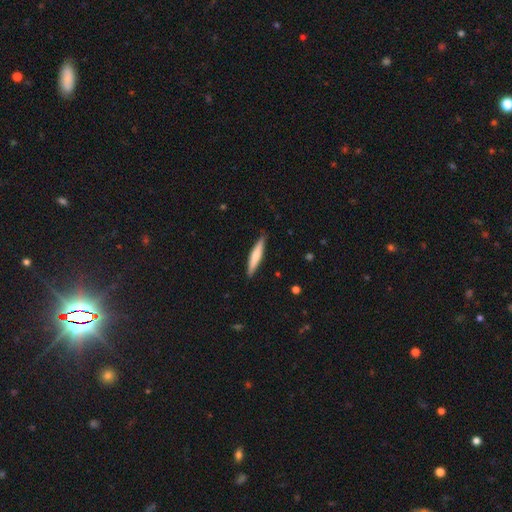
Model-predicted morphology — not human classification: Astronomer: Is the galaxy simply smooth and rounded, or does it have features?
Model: smooth — 63%.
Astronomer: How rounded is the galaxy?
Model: cigar-shaped — 89%.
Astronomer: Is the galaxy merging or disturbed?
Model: none — 89%.